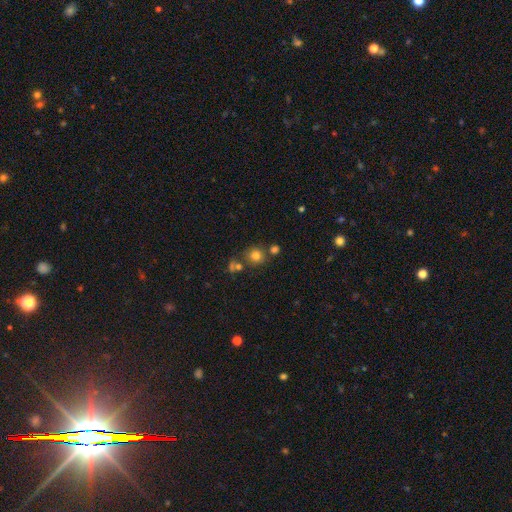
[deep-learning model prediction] Smooth or featured? Predicted: smooth (p=0.76). How rounded? Predicted: round (p=0.87). Merging? Predicted: none (p=0.71).